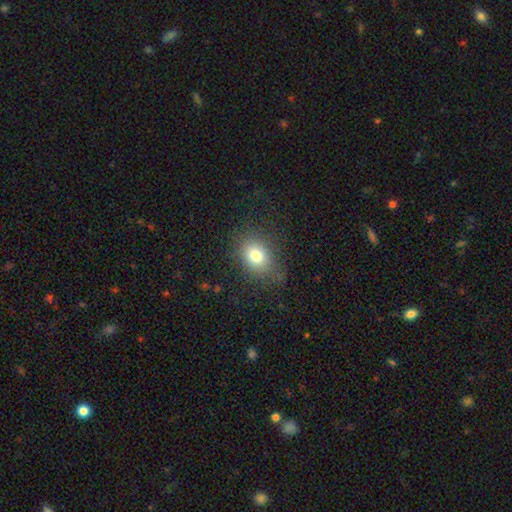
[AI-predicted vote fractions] This appears to be a smooth galaxy with no disk features (77%) that is in between round and cigar-shaped (55%). Merging: none (78%).